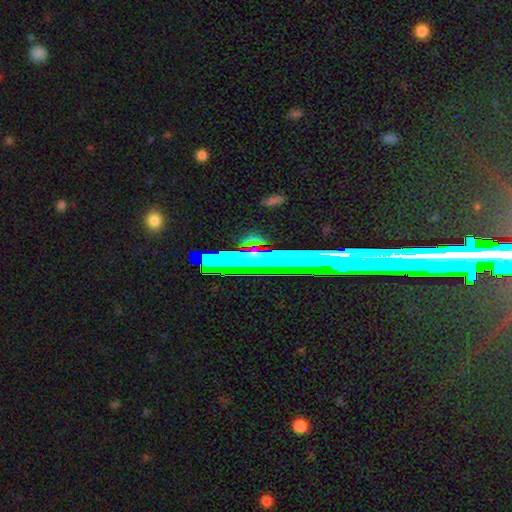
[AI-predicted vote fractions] smooth-or-featured: star or artifact: 44% | featured or disk: 37% | smooth: 19%